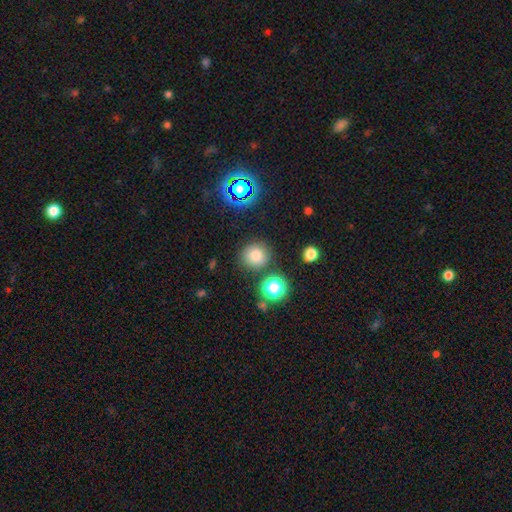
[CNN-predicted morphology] smooth-or-featured: smooth: 77% | star or artifact: 16% | featured or disk: 7%
  how-rounded: round: 90% | in between: 9% | cigar-shaped: 1%
  merging: none: 83% | minor disturbance: 9% | merger: 4% | major disturbance: 3%